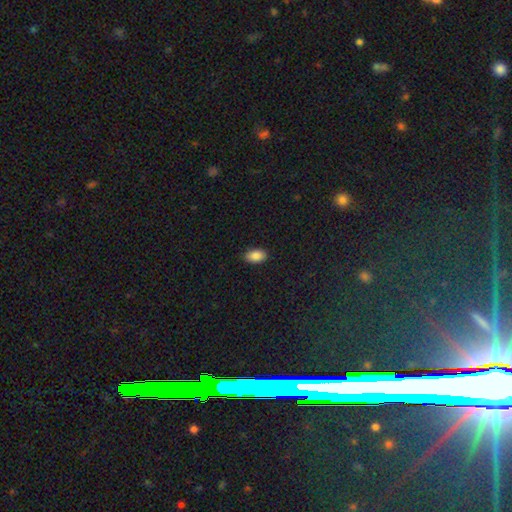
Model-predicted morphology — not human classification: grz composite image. It shows a smooth galaxy with no disk features (88%) that is in between round and cigar-shaped (92%). Merging: none (88%).